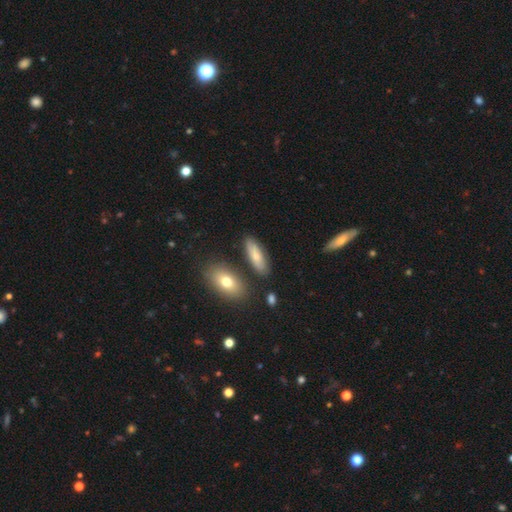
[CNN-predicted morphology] Smooth or featured?
  - smooth: 73% *
  - featured or disk: 20%
  - star or artifact: 7%
How rounded?
  - in between: 60% *
  - cigar-shaped: 37%
  - round: 3%
Merging?
  - none: 81% *
  - minor disturbance: 12%
  - merger: 5%
  - major disturbance: 3%